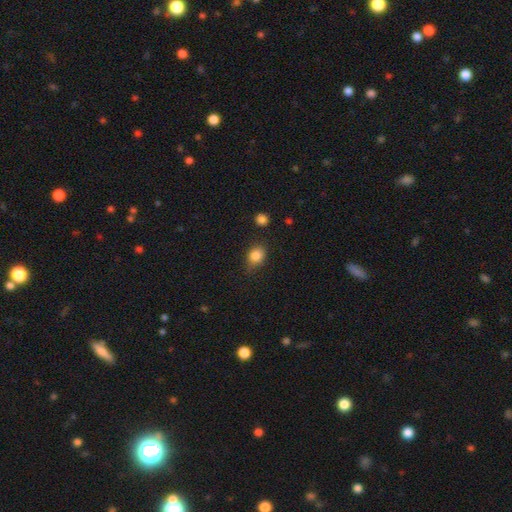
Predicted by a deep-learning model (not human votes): Smooth or featured?
  - smooth: 84% *
  - star or artifact: 10%
  - featured or disk: 6%
How rounded?
  - round: 55% *
  - in between: 44%
  - cigar-shaped: 1%
Merging?
  - none: 66% *
  - minor disturbance: 25%
  - major disturbance: 6%
  - merger: 3%